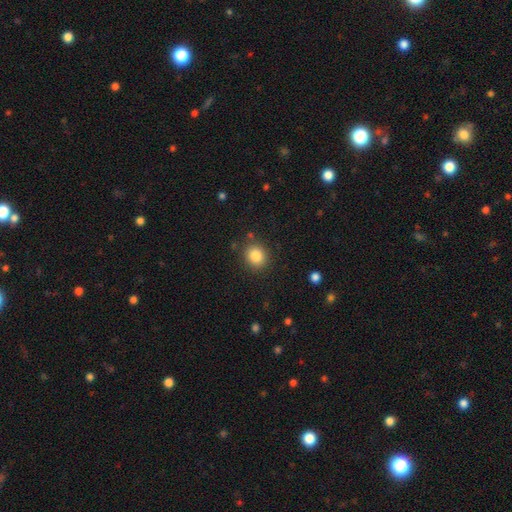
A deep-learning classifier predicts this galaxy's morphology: Smooth or featured: smooth — 85% (star or artifact — 10%)
How rounded: round — 78% (in between — 22%)
Merging: none — 86% (minor disturbance — 9%)